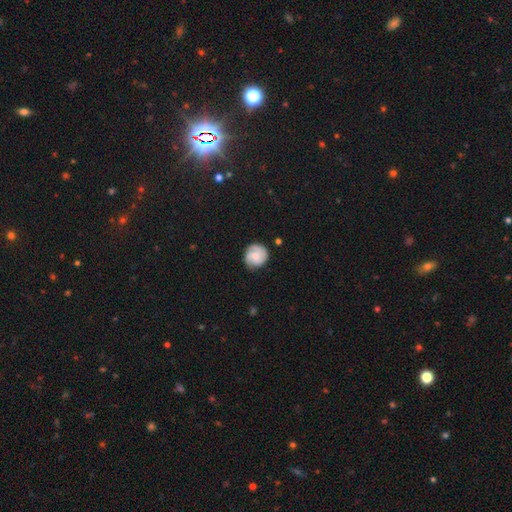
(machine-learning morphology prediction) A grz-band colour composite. It shows a featured or disk galaxy (53%) with no bar (72%), spiral arms (92%) and a small central bulge (47%). Merging: none (75%).